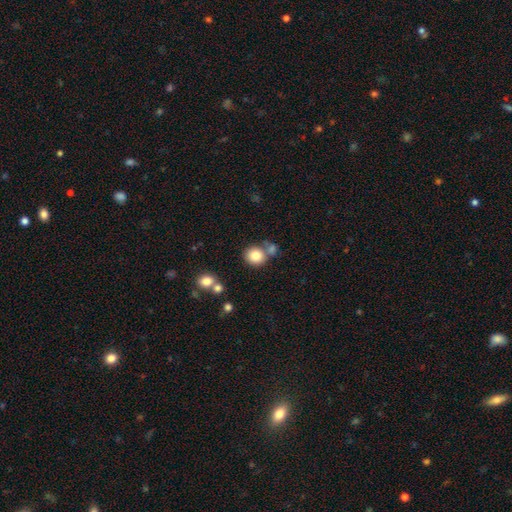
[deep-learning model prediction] Morphology: type=smooth (82%); roundness=round (82%); merging=none (64%).